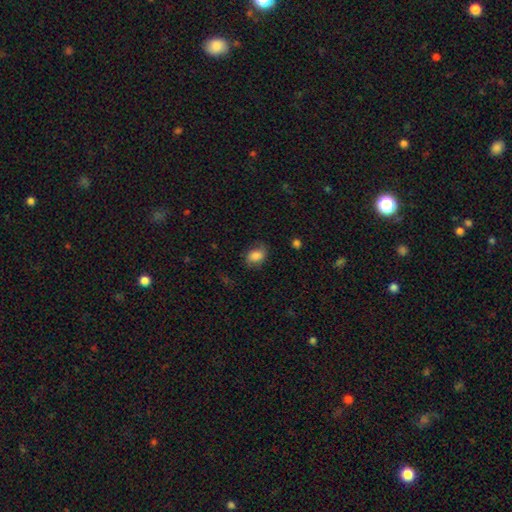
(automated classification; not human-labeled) The model was most divided on "merging": none: 62%, minor disturbance: 26%, major disturbance: 10%, merger: 1%. More confident: smooth or featured — smooth (77%); how rounded — in between (74%).